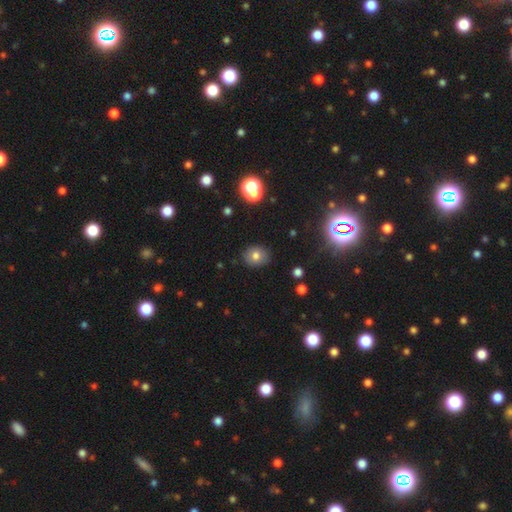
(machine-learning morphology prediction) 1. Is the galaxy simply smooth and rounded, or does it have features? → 75% smooth, 14% star or artifact, 11% featured or disk.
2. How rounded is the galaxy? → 66% round, 33% in between, 1% cigar-shaped.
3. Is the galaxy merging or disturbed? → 87% none, 9% minor disturbance, 2% major disturbance, 1% merger.